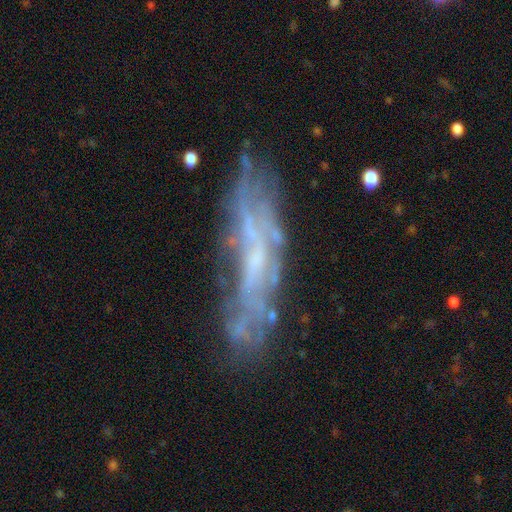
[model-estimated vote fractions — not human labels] Smooth or featured: featured or disk — 70% (smooth — 20%)
Edge-on disk: no — 63% (yes — 37%)
Merging: none — 63% (minor disturbance — 21%)